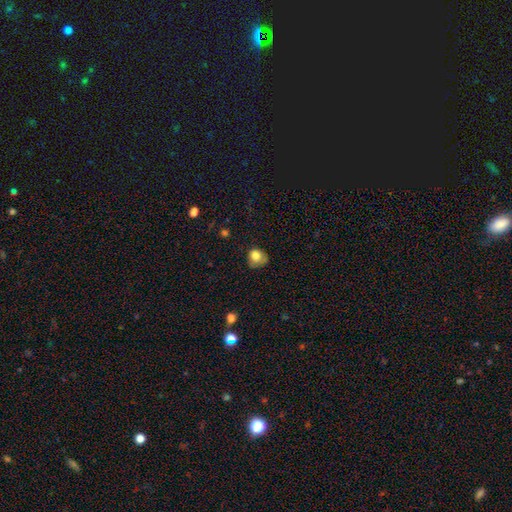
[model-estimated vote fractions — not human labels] A smooth galaxy with no disk features (79%) that is round (69%).

Vote fractions:
- Smooth or featured? smooth: 79% / featured or disk: 11% / star or artifact: 10%
- How rounded? round: 69% / in between: 30% / cigar-shaped: 1%
- Merging? none: 44% / minor disturbance: 37% / major disturbance: 16% / merger: 2%